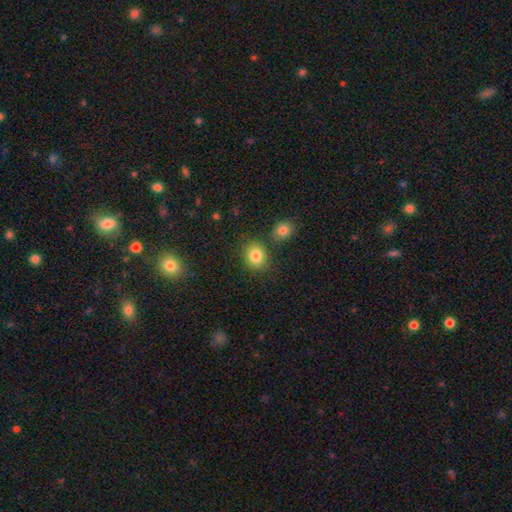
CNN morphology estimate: Overall: smooth (84%). How rounded: round (67%; in between 32%). Merging: none (78%).